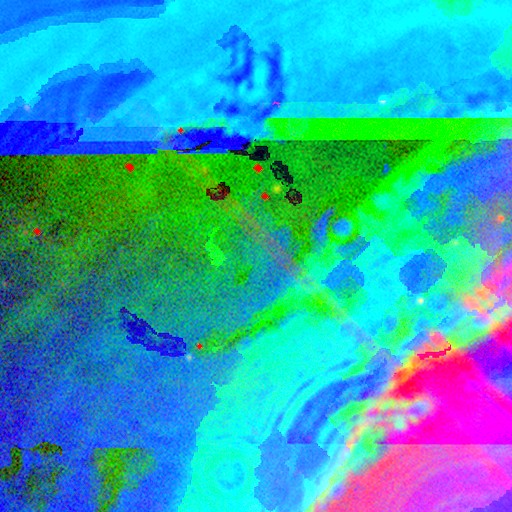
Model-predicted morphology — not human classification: The model was most divided on "smooth or featured": star or artifact: 85%, featured or disk: 8%, smooth: 6%.